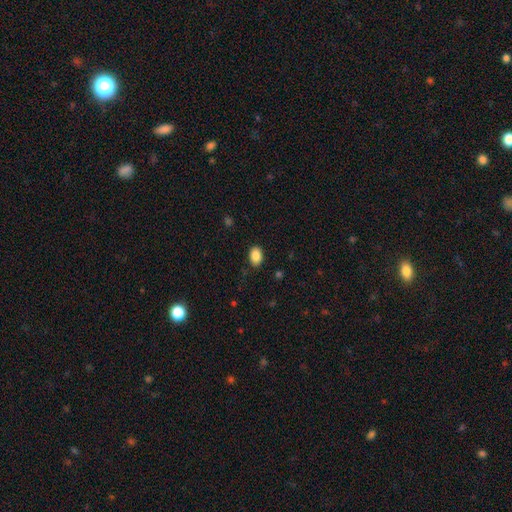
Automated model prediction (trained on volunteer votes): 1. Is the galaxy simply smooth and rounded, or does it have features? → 88% smooth, 8% star or artifact, 4% featured or disk.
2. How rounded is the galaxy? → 82% in between, 17% round, 1% cigar-shaped.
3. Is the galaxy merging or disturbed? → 86% none, 11% minor disturbance, 3% major disturbance, 1% merger.